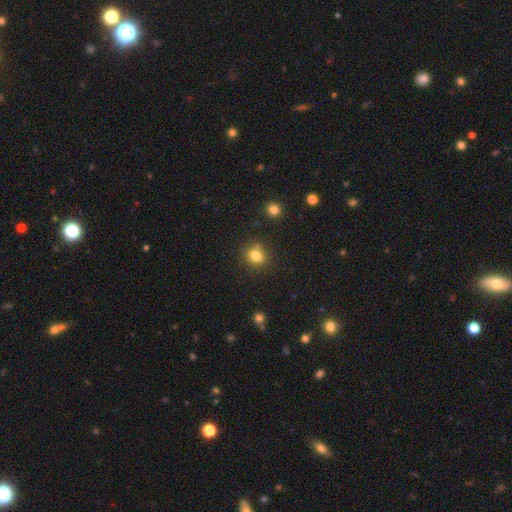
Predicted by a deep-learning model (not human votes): smooth-or-featured: smooth: 81% | star or artifact: 13% | featured or disk: 6%
  how-rounded: round: 74% | in between: 25% | cigar-shaped: 1%
  merging: none: 79% | minor disturbance: 10% | merger: 7% | major disturbance: 3%